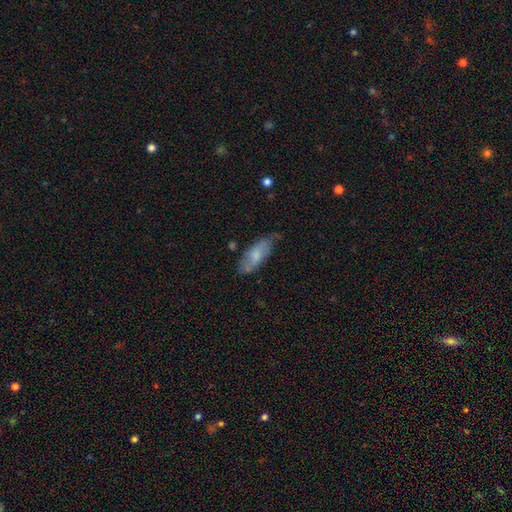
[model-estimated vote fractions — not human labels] The model was most divided on "merging": none: 61%, minor disturbance: 29%, major disturbance: 7%, merger: 3%. More confident: how rounded — in between (74%); smooth or featured — smooth (66%).